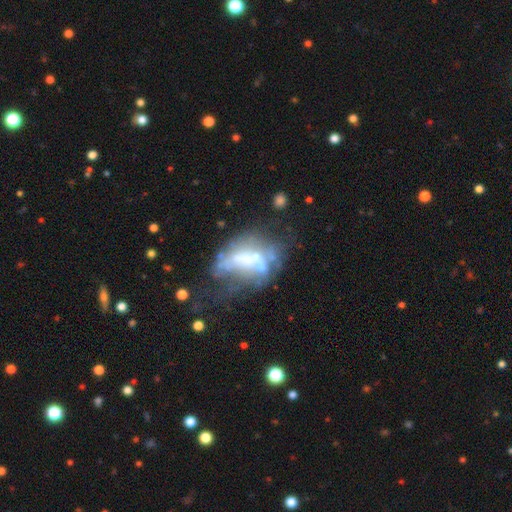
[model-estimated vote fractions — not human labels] Smooth or featured? Predicted: featured or disk (p=0.60). Edge-on disk? Predicted: no (p=0.95). Bar? Predicted: no (p=0.69). Spiral arms? Predicted: no (p=0.89). Bulge size? Predicted: none (p=0.41). Merging? Predicted: major disturbance (p=0.38).